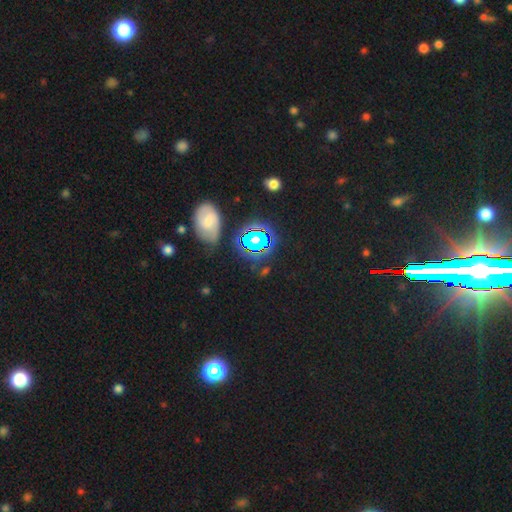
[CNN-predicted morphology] Smooth or featured?
  - star or artifact: 67% *
  - smooth: 19%
  - featured or disk: 14%